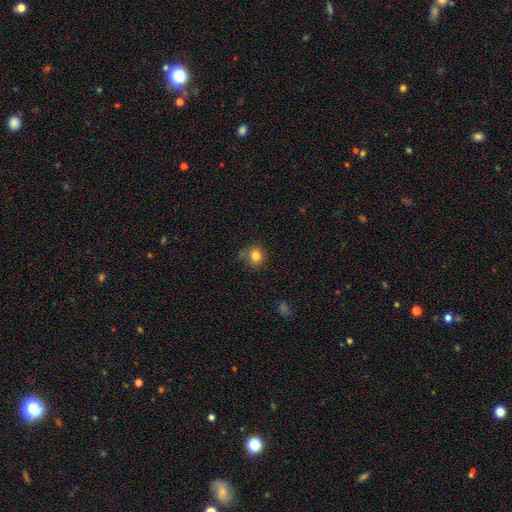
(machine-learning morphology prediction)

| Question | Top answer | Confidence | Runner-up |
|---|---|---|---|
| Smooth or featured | smooth | 82% | star or artifact (11%) |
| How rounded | round | 77% | in between (22%) |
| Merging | none | 75% | minor disturbance (16%) |